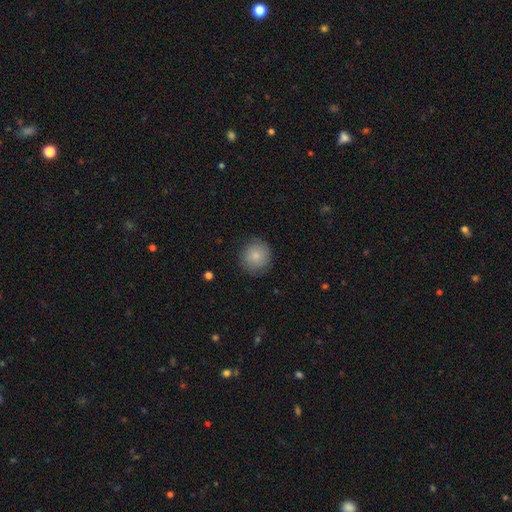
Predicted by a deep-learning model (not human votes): smooth-or-featured: smooth: 83% | featured or disk: 9% | star or artifact: 8%
  how-rounded: round: 91% | in between: 8% | cigar-shaped: 1%
  merging: none: 84% | minor disturbance: 11% | major disturbance: 3% | merger: 1%